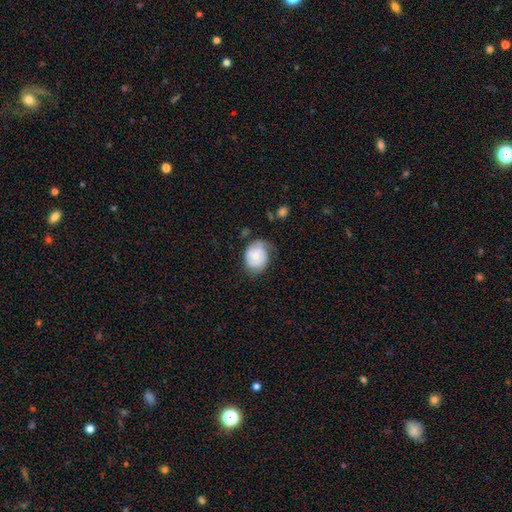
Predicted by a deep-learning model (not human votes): smooth_or_featured: smooth (p=0.52) [alt: featured or disk p=0.41]
how_rounded: round (p=0.58) [alt: in between p=0.41]
merging: none (p=0.54) [alt: minor disturbance p=0.32]